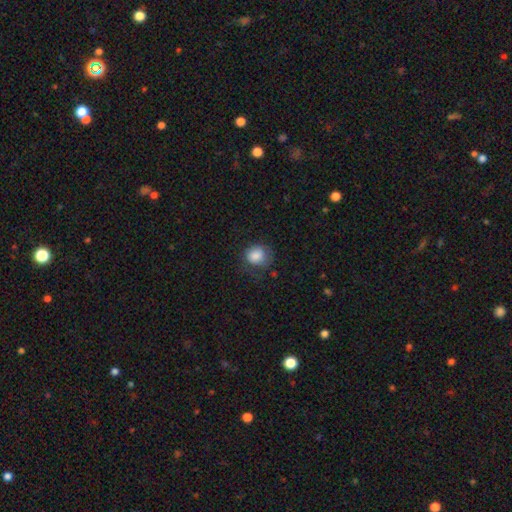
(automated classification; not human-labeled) Smooth or featured? smooth (83%)
How rounded? round (71%)
Merging? none (51%)